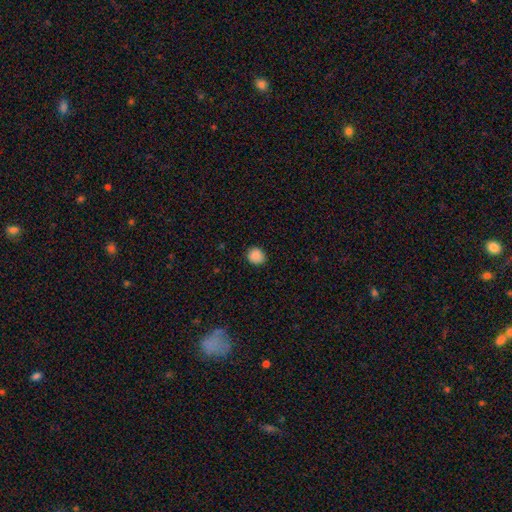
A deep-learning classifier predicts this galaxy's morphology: Smooth or featured?
  - smooth: 88% *
  - star or artifact: 9%
  - featured or disk: 2%
How rounded?
  - round: 79% *
  - in between: 20%
  - cigar-shaped: 1%
Merging?
  - none: 87% *
  - minor disturbance: 9%
  - major disturbance: 2%
  - merger: 1%